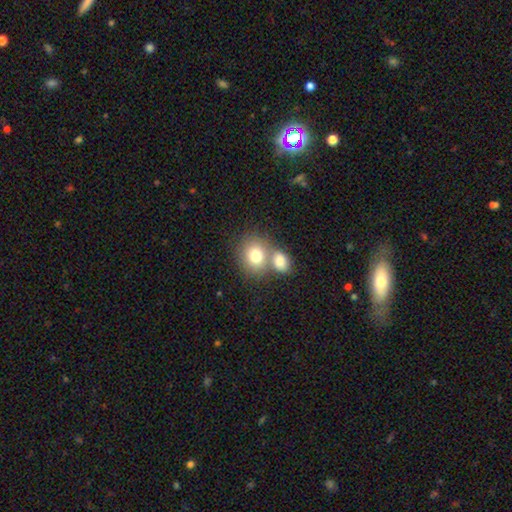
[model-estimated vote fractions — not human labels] This appears to be a smooth galaxy with no disk features (77%) that is round (63%). Merging: merger (46%).